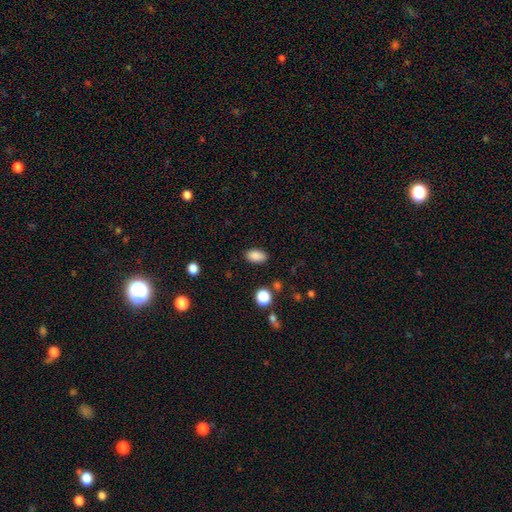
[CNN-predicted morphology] smooth_or_featured: smooth (p=0.87) [alt: star or artifact p=0.09]
how_rounded: in between (p=0.92) [alt: round p=0.06]
merging: none (p=0.87) [alt: minor disturbance p=0.09]